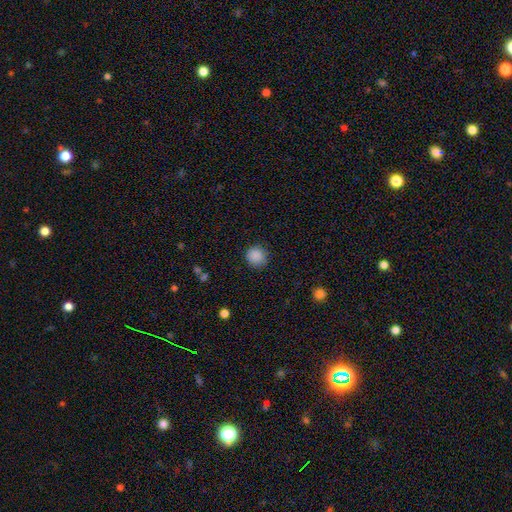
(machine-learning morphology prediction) Smooth or featured: smooth — 88% (star or artifact — 10%)
How rounded: round — 92% (in between — 7%)
Merging: none — 87% (minor disturbance — 9%)